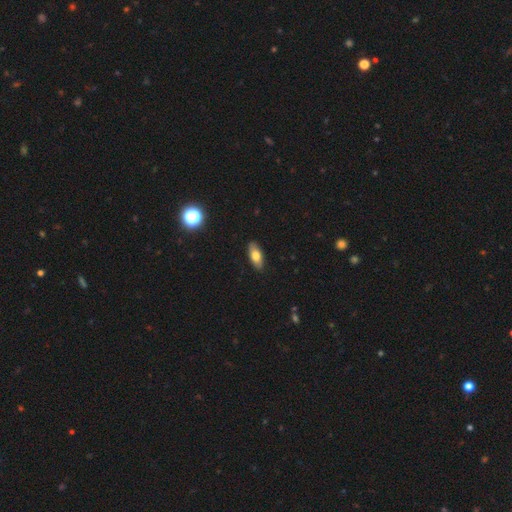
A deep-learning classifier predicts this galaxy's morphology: Q: Smooth or featured?
A: smooth (74%); runner-up: featured or disk (19%)
Q: How rounded?
A: in between (81%); runner-up: cigar-shaped (16%)
Q: Merging?
A: none (88%); runner-up: minor disturbance (9%)